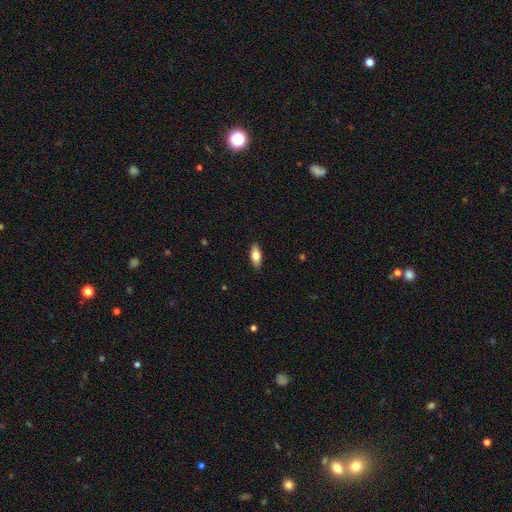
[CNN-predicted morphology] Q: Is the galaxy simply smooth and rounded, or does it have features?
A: smooth — 74%.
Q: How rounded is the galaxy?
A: in between — 79%.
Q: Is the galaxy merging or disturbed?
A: none — 89%.